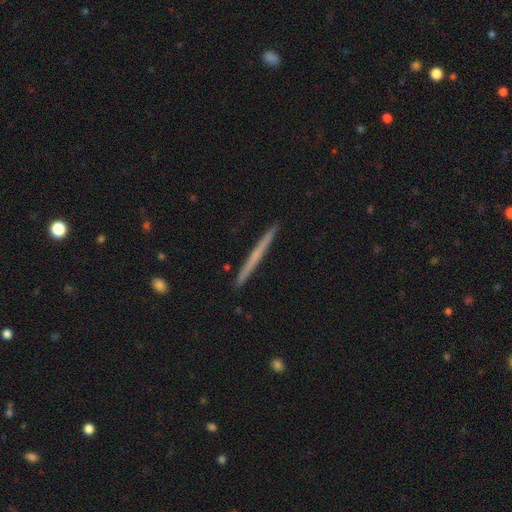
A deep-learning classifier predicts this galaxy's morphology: This appears to be a featured or disk galaxy (53%) viewed edge-on (98%) with no central bulge (85%). Merging: none (93%).